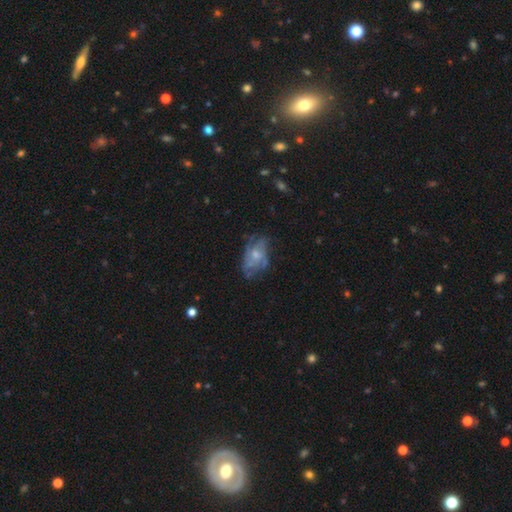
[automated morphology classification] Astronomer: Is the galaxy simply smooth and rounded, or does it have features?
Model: featured or disk — 62%.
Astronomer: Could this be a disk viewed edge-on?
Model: no — 96%.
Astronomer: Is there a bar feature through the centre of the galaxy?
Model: no — 80%.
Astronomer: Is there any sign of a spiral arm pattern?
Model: yes — 51% (runner-up: no, 49%).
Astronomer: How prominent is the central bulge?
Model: small — 45% (runner-up: moderate, 44%).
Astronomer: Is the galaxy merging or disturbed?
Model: none — 49% (runner-up: minor disturbance, 26%).